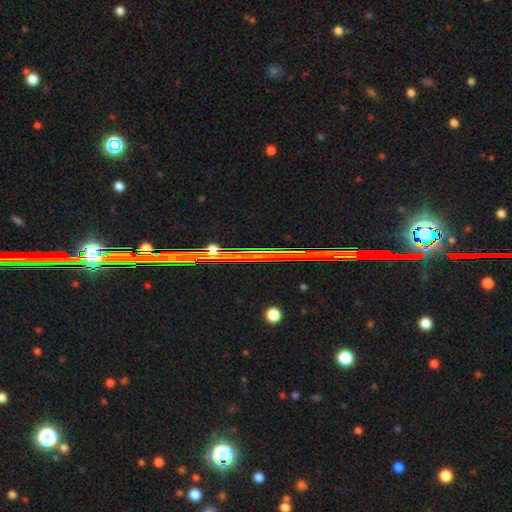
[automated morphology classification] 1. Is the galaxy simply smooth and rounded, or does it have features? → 77% star or artifact, 14% featured or disk, 9% smooth.